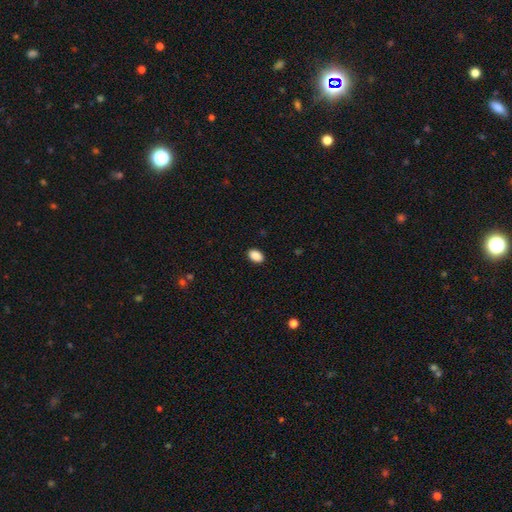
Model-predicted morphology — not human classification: Q: Smooth or featured?
A: smooth (90%); runner-up: star or artifact (8%)
Q: How rounded?
A: in between (86%); runner-up: round (13%)
Q: Merging?
A: none (90%); runner-up: minor disturbance (7%)